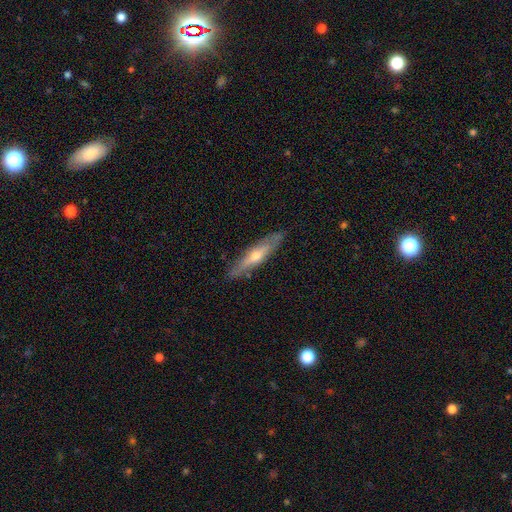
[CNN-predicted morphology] This appears to be a featured or disk galaxy (57%) viewed edge-on (84%). Merging: none (86%).